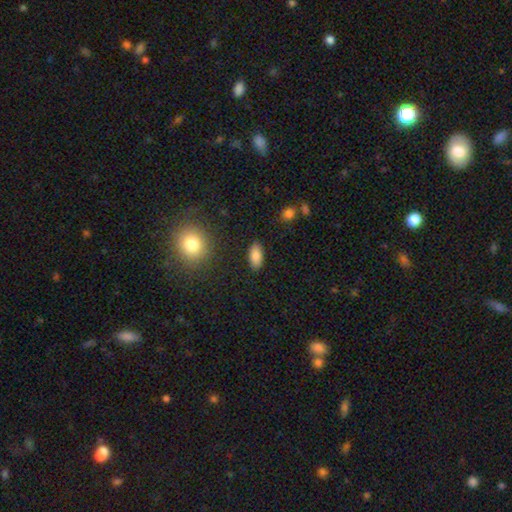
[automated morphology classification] type=smooth (85%); roundness=in between (90%); merging=none (88%).